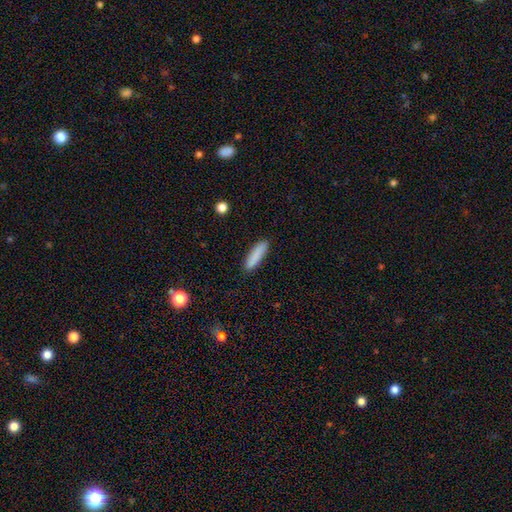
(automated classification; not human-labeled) The model was most divided on "how rounded": cigar-shaped: 76%, in between: 22%, round: 1%. More confident: merging — none (89%); smooth or featured — smooth (86%).